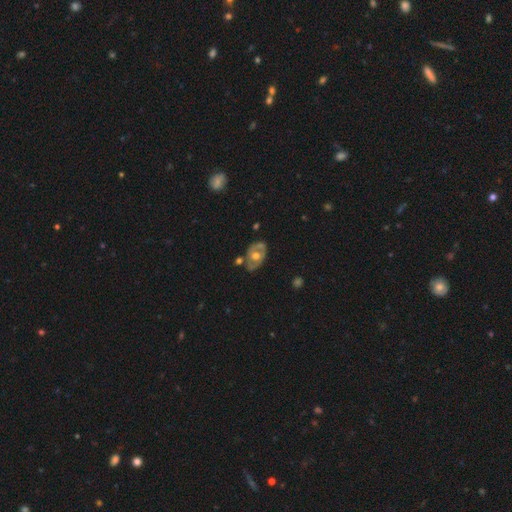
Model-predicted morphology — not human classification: smooth-or-featured: featured or disk: 62% | smooth: 32% | star or artifact: 6%
  disk-edge-on: no: 93% | yes: 7%
    bar: no: 81% | weak: 15% | strong: 4%
    has-spiral-arms: no: 66% | yes: 34%
    bulge-size: moderate: 75% | large: 13% | small: 10% | none: 1% | dominant: 1%
  merging: none: 61% | minor disturbance: 22% | merger: 9% | major disturbance: 8%